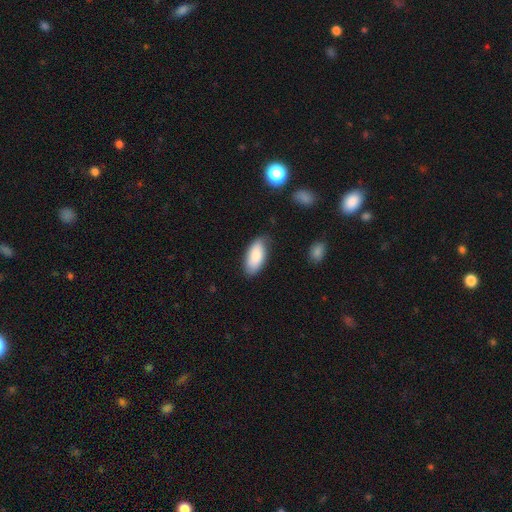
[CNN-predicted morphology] smooth 87%, featured or disk 8%, star or artifact 6%. Down the decision tree: how rounded — in between (91%); merging — none (79%).